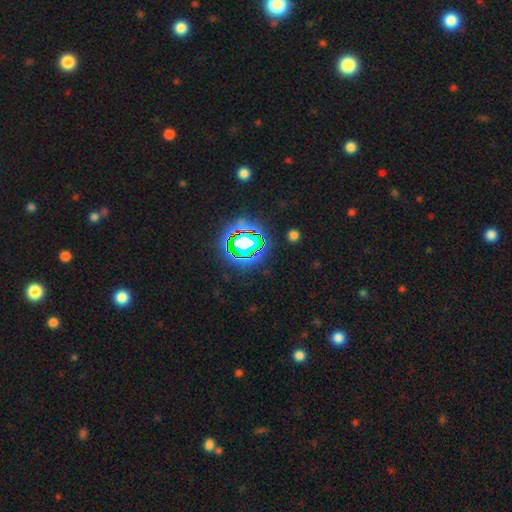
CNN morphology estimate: smooth-or-featured: star or artifact: 80% | smooth: 13% | featured or disk: 7%